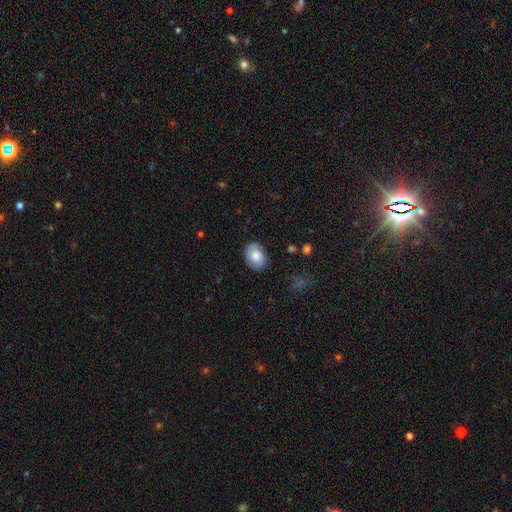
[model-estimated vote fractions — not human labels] smooth 78%, featured or disk 15%, star or artifact 7%. Down the decision tree: how rounded — in between (72%); merging — none (81%).